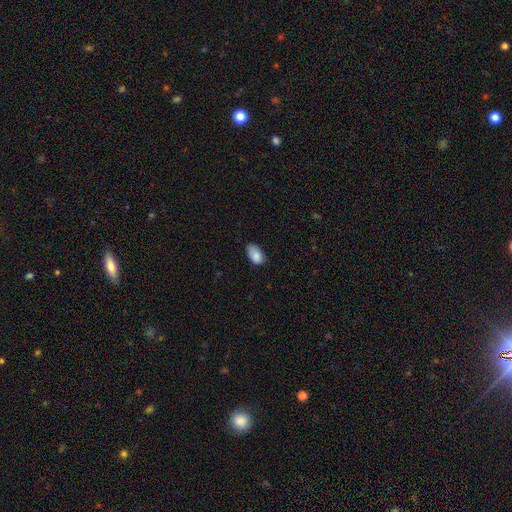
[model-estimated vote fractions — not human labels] Smooth or featured? Predicted: smooth (p=0.86). How rounded? Predicted: in between (p=0.93). Merging? Predicted: none (p=0.61).